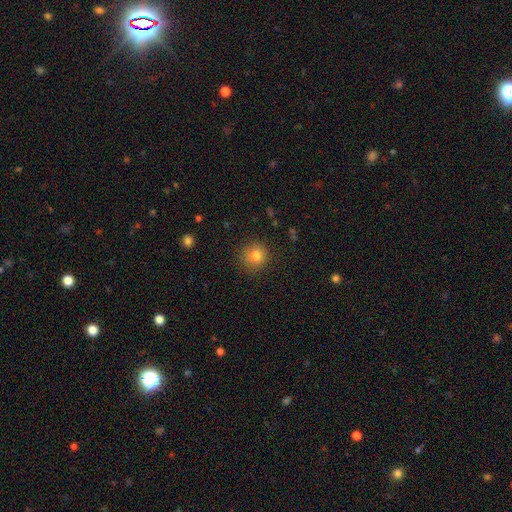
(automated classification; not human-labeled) This appears to be a smooth galaxy with no disk features (81%) that is round (91%). Merging: none (85%).